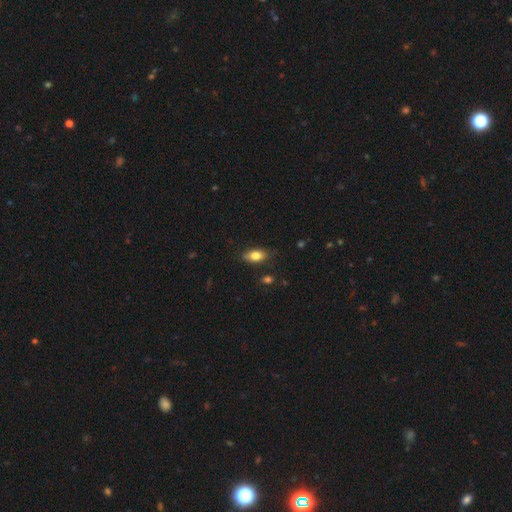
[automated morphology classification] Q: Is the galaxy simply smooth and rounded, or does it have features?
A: smooth — 80%.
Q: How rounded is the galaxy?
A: in between — 86%.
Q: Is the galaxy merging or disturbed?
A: none — 79%.